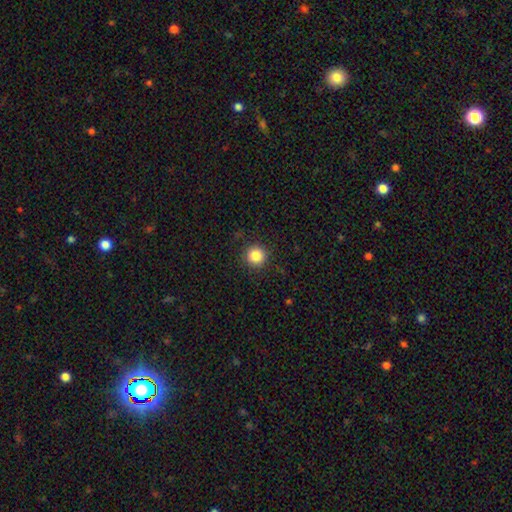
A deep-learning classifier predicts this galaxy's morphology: Smooth or featured? Predicted: smooth (p=0.85). How rounded? Predicted: round (p=0.95). Merging? Predicted: none (p=0.90).